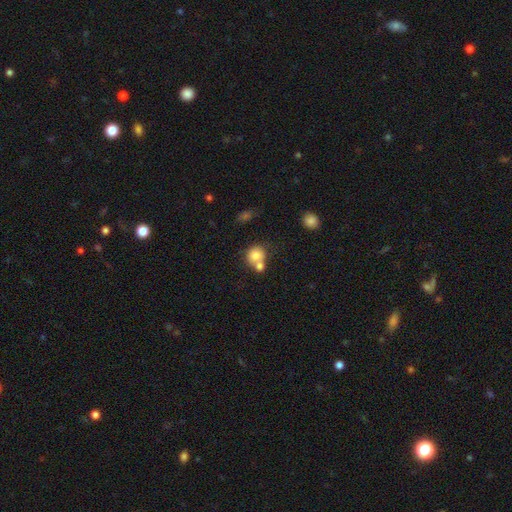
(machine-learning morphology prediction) This appears to be a smooth galaxy with no disk features (77%) that is round (79%). Merging: merger (51%).